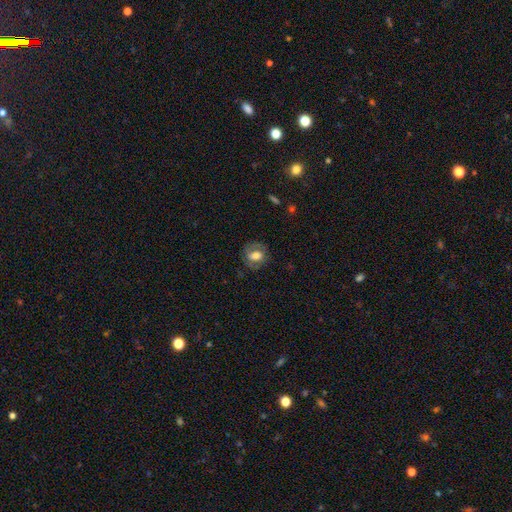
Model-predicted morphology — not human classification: This is likely a smooth galaxy (60%). How rounded: likely round (61%). Merging: likely none (72%).